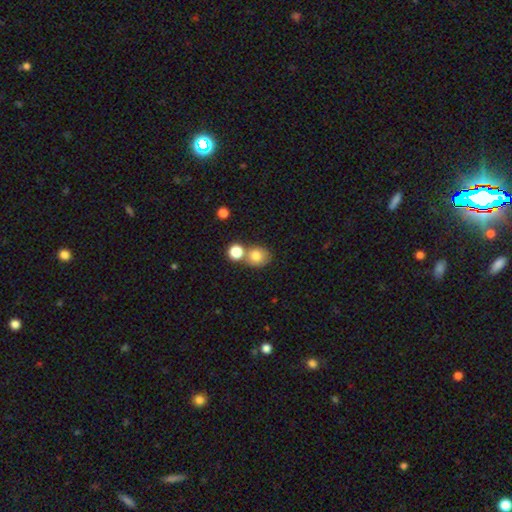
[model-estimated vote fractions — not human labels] A smooth galaxy with no disk features (79%) that is round (76%).

Vote fractions:
- Smooth or featured? smooth: 79% / star or artifact: 11% / featured or disk: 10%
- How rounded? round: 76% / in between: 23% / cigar-shaped: 1%
- Merging? none: 54% / merger: 33% / minor disturbance: 10% / major disturbance: 4%